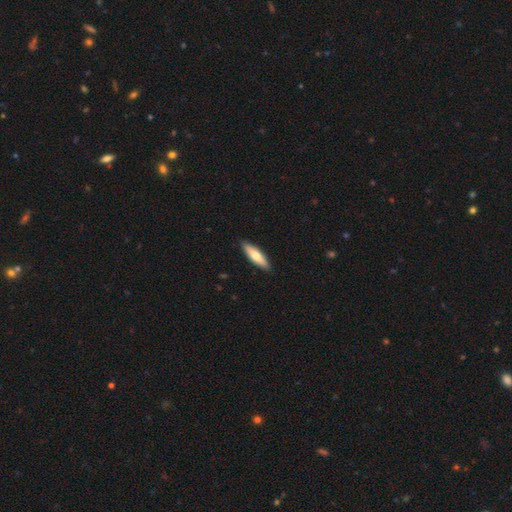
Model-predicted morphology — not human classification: Overall: smooth (67%; featured or disk 28%). How rounded: cigar-shaped (60%; in between 39%). Merging: none (90%).